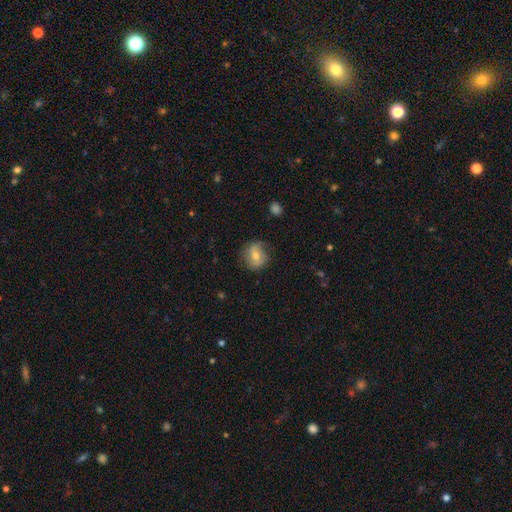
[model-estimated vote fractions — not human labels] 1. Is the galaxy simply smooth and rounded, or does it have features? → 53% smooth, 39% featured or disk, 8% star or artifact.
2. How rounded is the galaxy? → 70% round, 29% in between, 1% cigar-shaped.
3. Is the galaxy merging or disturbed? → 68% none, 23% minor disturbance, 8% major disturbance, 1% merger.